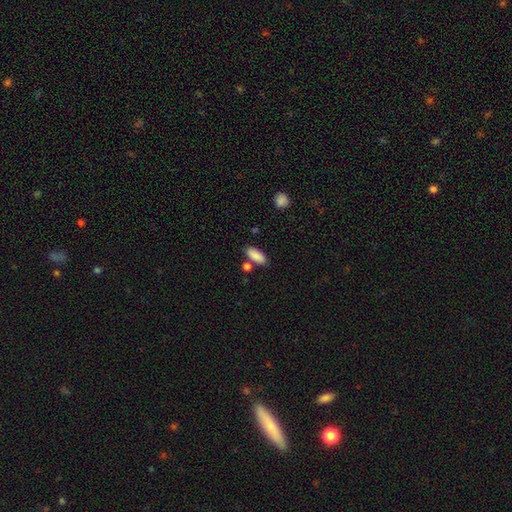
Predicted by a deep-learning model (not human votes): Overall: smooth (89%). How rounded: in between (82%). Merging: none (77%).